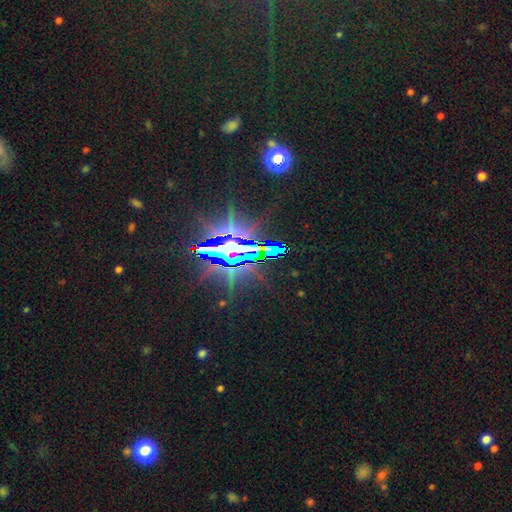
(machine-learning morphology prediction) Smooth or featured? star or artifact (82%)